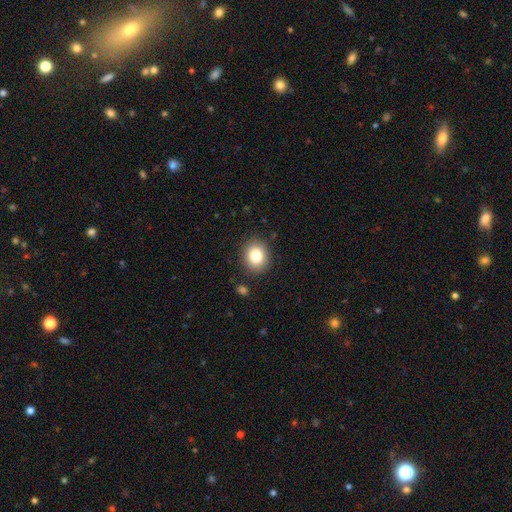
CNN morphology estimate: This is clearly a smooth galaxy (81%). How rounded: likely round (70%). Merging: clearly none (87%).